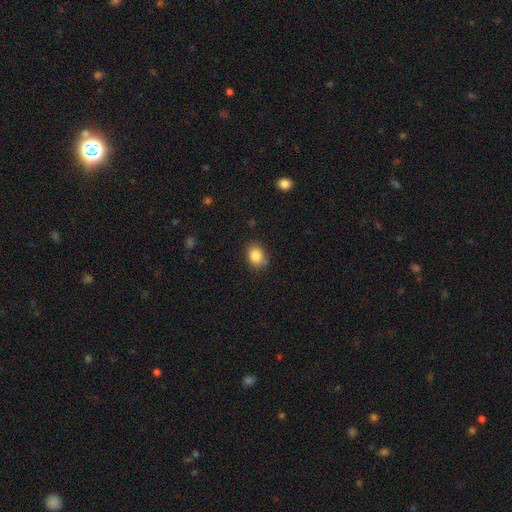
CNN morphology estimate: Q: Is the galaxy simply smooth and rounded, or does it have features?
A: smooth — 85%.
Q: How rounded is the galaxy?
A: round — 50%.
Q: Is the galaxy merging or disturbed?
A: none — 78%.